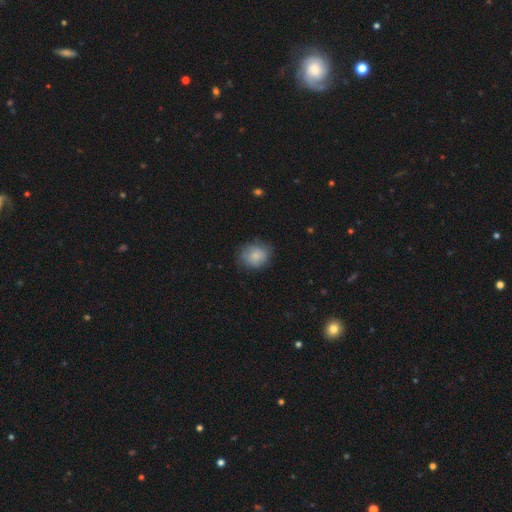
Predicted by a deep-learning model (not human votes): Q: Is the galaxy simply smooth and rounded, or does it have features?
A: smooth — 82%.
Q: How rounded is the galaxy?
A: round — 64%.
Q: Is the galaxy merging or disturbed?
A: none — 73%.